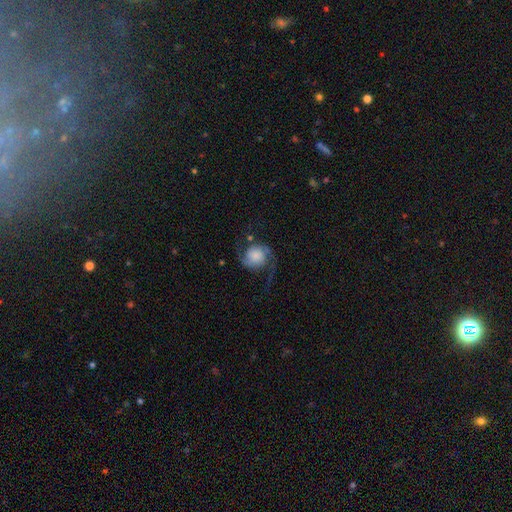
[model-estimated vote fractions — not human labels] Smooth or featured? Predicted: featured or disk (p=0.74). Edge-on disk? Predicted: no (p=0.98). Bar? Predicted: no (p=0.74). Spiral arms? Predicted: yes (p=0.96). Spiral winding? Predicted: loose (p=0.55). Spiral arm count? Predicted: 2 (p=0.92). Bulge size? Predicted: large (p=0.23). Merging? Predicted: none (p=0.65).